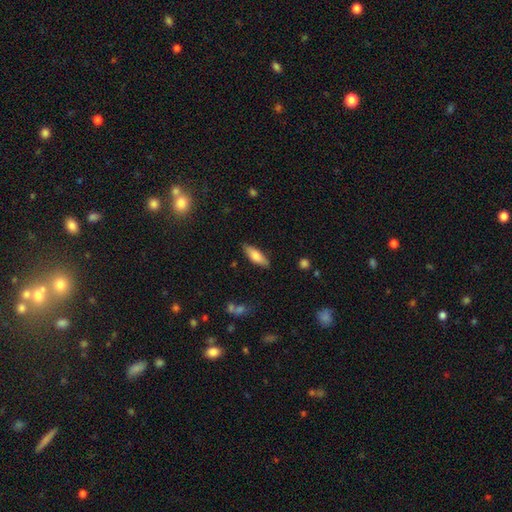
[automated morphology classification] A smooth galaxy with no disk features (70%) that is in between round and cigar-shaped (57%).

Vote fractions:
- Smooth or featured? smooth: 70% / featured or disk: 24% / star or artifact: 6%
- How rounded? in between: 57% / cigar-shaped: 40% / round: 2%
- Merging? none: 85% / minor disturbance: 11% / major disturbance: 2% / merger: 2%